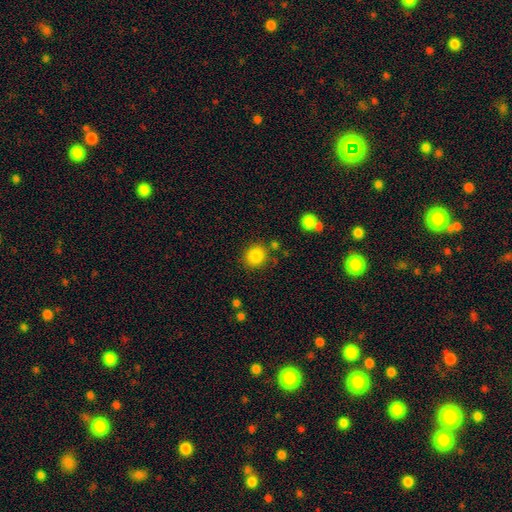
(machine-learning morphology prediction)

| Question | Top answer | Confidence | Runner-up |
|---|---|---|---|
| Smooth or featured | smooth | 85% | star or artifact (10%) |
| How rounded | round | 82% | in between (17%) |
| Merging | none | 83% | minor disturbance (9%) |